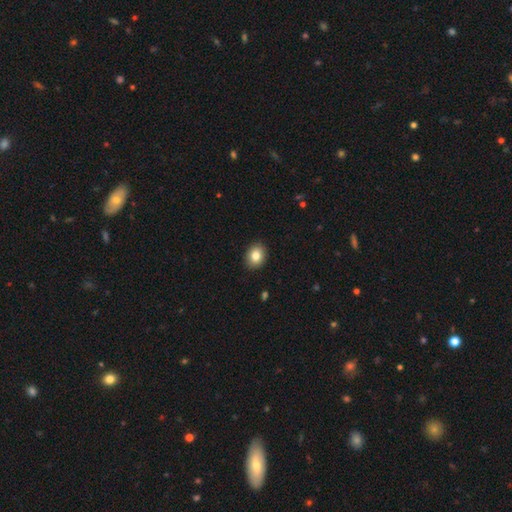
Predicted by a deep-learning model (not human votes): Morphology: type=smooth (84%); roundness=in between (52%); merging=none (90%).